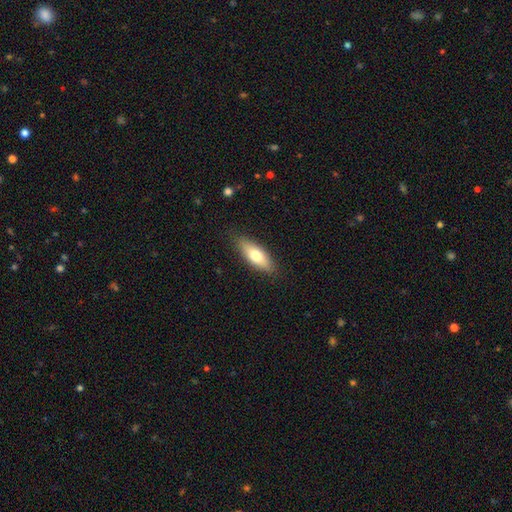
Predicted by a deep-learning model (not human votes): A smooth galaxy with no disk features (71%) that is in between round and cigar-shaped (67%).

Vote fractions:
- Smooth or featured? smooth: 71% / featured or disk: 23% / star or artifact: 6%
- How rounded? in between: 67% / cigar-shaped: 31% / round: 2%
- Merging? none: 85% / minor disturbance: 11% / major disturbance: 2% / merger: 1%